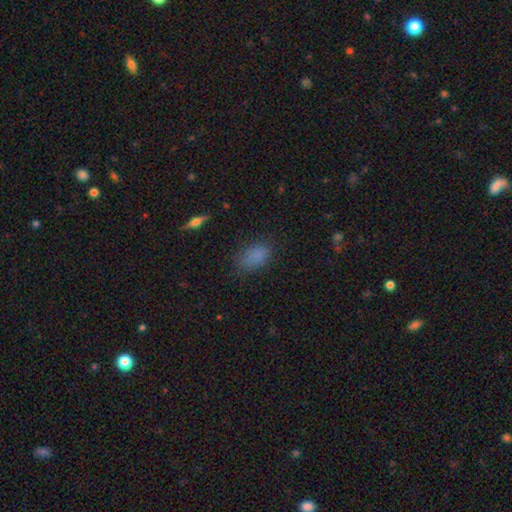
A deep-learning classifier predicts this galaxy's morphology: Smooth or featured? Predicted: smooth (p=0.80). How rounded? Predicted: in between (p=0.88). Merging? Predicted: none (p=0.68).